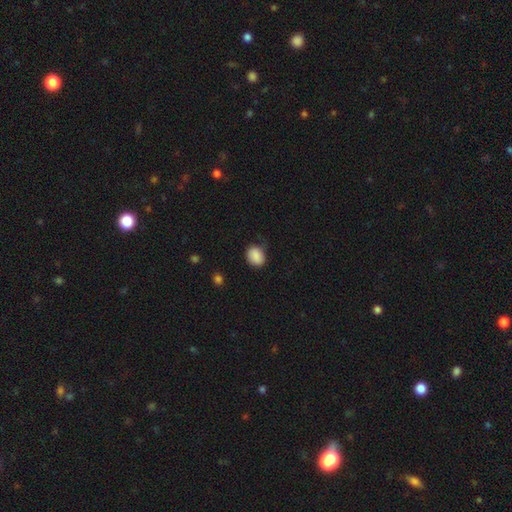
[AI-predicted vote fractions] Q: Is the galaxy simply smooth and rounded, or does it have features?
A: smooth — 86%.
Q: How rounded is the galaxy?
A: in between — 53%.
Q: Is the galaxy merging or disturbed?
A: none — 67%.